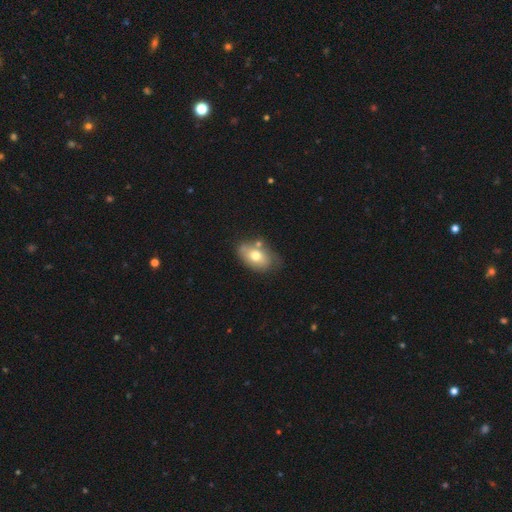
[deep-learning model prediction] Smooth or featured? smooth (66%)
How rounded? in between (85%)
Merging? none (53%)